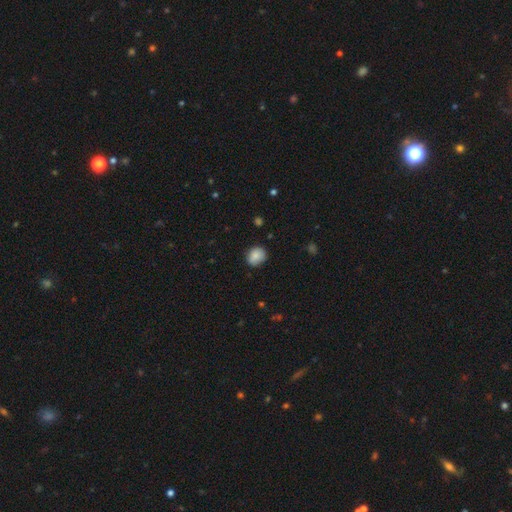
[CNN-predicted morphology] This is clearly a smooth galaxy (86%). How rounded: likely round (64%). Merging: likely none (78%).